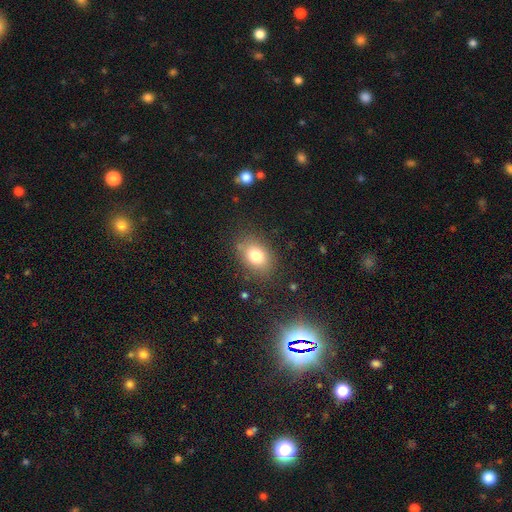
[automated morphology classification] Smooth or featured: smooth — 77% (star or artifact — 11%)
How rounded: in between — 70% (round — 29%)
Merging: none — 81% (minor disturbance — 13%)